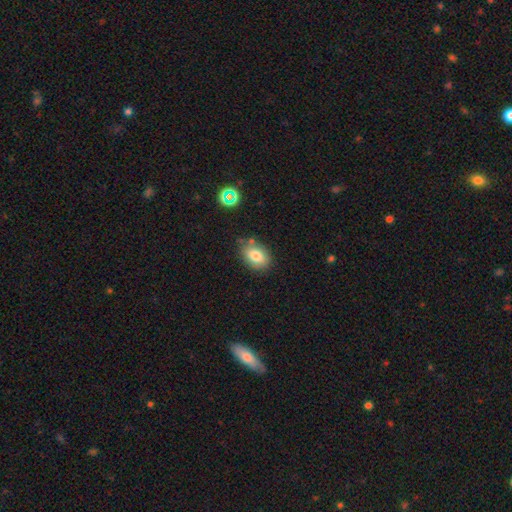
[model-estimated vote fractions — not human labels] Morphology: type=smooth (80%); roundness=in between (78%); merging=none (74%).